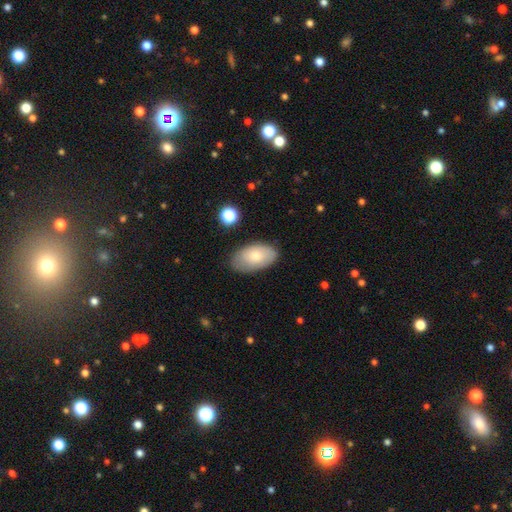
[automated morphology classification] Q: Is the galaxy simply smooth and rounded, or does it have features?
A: smooth — 75%.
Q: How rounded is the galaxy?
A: in between — 95%.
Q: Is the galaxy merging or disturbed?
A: none — 79%.